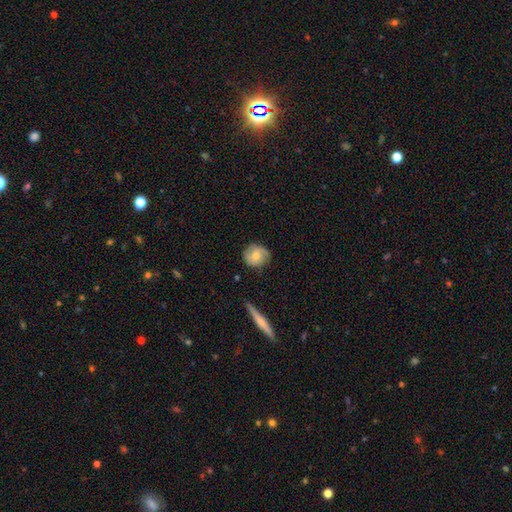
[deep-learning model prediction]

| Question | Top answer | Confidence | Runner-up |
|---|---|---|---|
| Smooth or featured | smooth | 53% | featured or disk (40%) |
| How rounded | round | 81% | in between (17%) |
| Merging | none | 76% | minor disturbance (18%) |